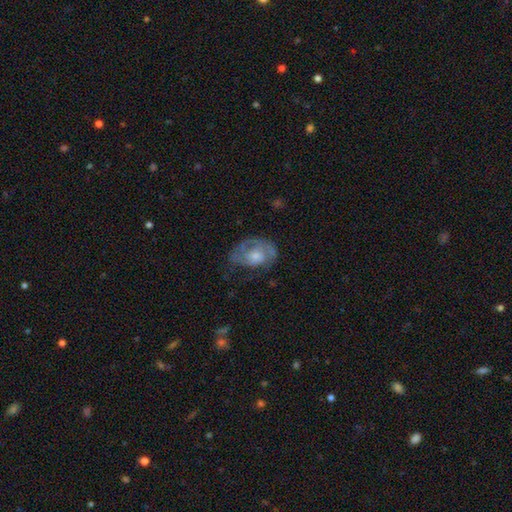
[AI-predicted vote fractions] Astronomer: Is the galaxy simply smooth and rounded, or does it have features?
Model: featured or disk — 58% (runner-up: smooth, 33%).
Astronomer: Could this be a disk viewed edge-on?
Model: no — 95%.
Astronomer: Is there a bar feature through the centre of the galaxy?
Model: no — 81%.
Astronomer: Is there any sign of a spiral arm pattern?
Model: yes — 60% (runner-up: no, 40%).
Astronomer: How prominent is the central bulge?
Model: moderate — 52% (runner-up: small, 27%).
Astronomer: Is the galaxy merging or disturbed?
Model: none — 51% (runner-up: minor disturbance, 27%).